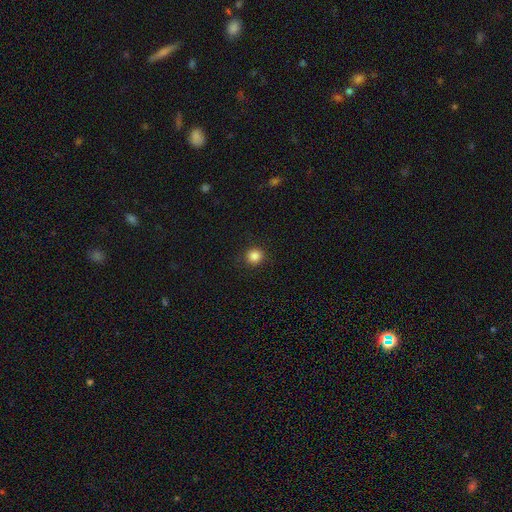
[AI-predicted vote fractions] Smooth or featured? Predicted: smooth (p=0.86). How rounded? Predicted: round (p=0.91). Merging? Predicted: none (p=0.89).